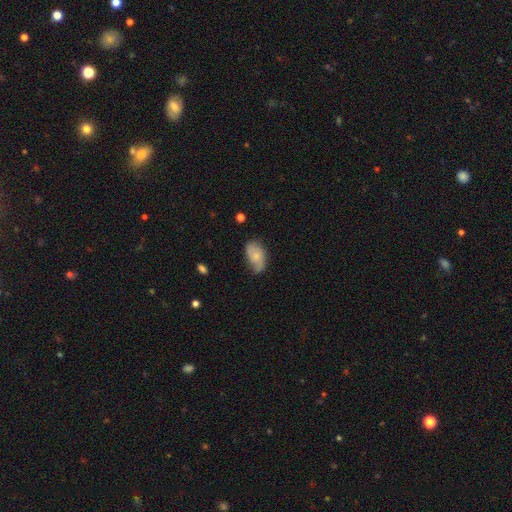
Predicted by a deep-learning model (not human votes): This appears to be a smooth galaxy with no disk features (57%) that is in between round and cigar-shaped (91%). Merging: none (54%).